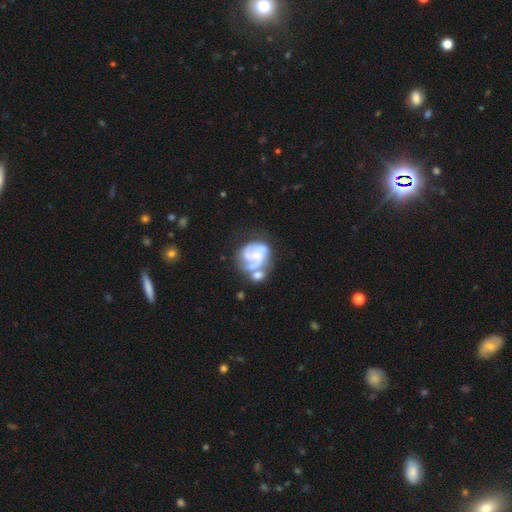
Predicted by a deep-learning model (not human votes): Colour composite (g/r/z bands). It shows a featured or disk galaxy (72%) with no bar (73%), spiral arms (67%) and a small central bulge (39%). Merging: merger (29%, tied with none).